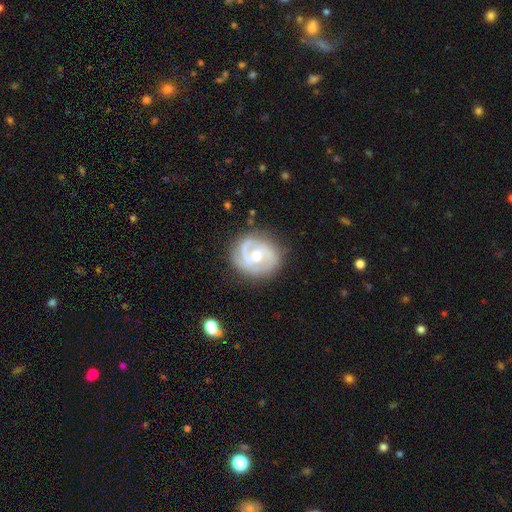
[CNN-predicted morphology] This is clearly a featured or disk galaxy (84%). It is clearly not viewed edge-on (98%). Bar: possibly no (46%). Spiral arm pattern: clearly yes (95%). Spiral arm count: likely 2 (63%). Spiral winding: possibly tight (45%). Central bulge: likely moderate (67%). Merging: likely none (76%).